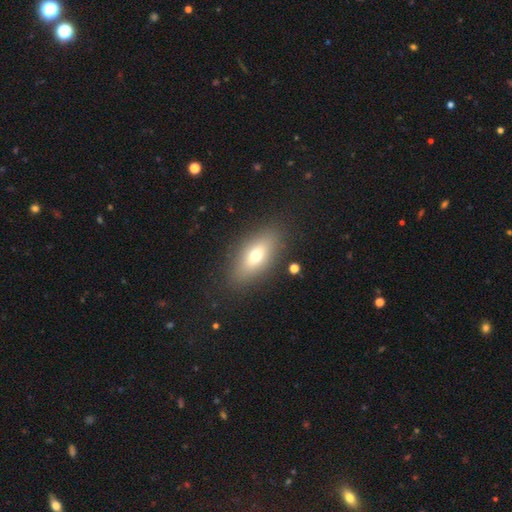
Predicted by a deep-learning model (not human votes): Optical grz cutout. It shows a smooth galaxy with no disk features (66%) that is in between round and cigar-shaped (80%). Merging: none (86%).